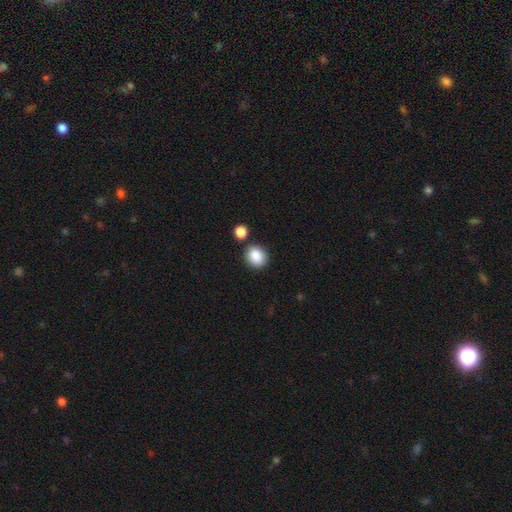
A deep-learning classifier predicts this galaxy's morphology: This appears to be a smooth galaxy with no disk features (88%) that is round (62%). Merging: none (79%).